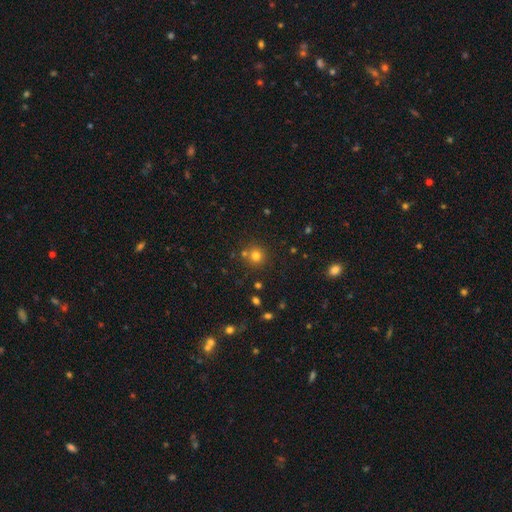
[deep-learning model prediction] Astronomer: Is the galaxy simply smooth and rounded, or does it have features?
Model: smooth — 76%.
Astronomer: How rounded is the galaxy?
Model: round — 92%.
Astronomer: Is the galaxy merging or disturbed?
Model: none — 75%.